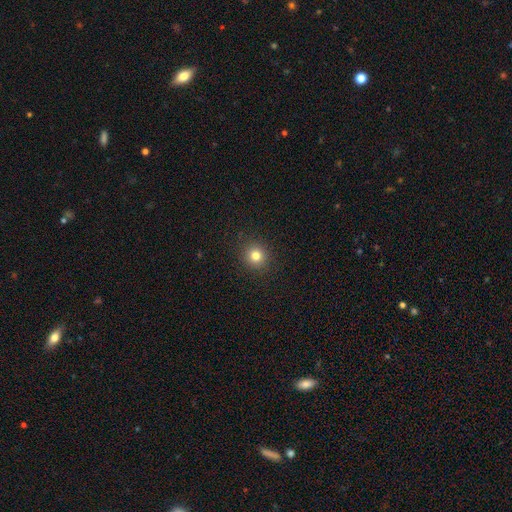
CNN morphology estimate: A smooth galaxy with no disk features (80%) that is round (92%).

Vote fractions:
- Smooth or featured? smooth: 80% / star or artifact: 14% / featured or disk: 7%
- How rounded? round: 92% / in between: 7% / cigar-shaped: 1%
- Merging? none: 92% / minor disturbance: 5% / major disturbance: 2% / merger: 1%